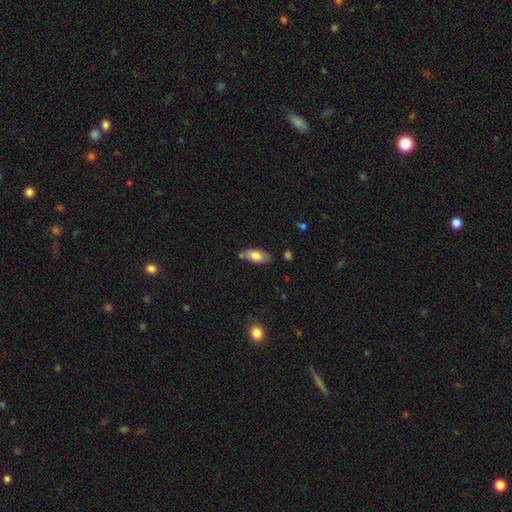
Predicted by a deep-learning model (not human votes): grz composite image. It shows a smooth galaxy with no disk features (74%) that is in between round and cigar-shaped (86%). Merging: none (74%).